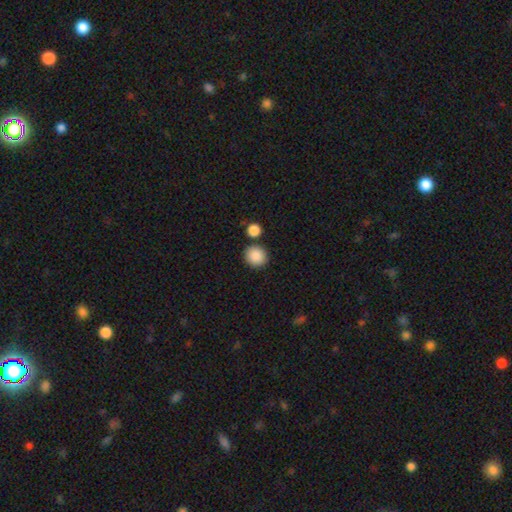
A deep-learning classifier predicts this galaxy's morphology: Smooth or featured? Predicted: smooth (p=0.88). How rounded? Predicted: round (p=0.88). Merging? Predicted: none (p=0.82).